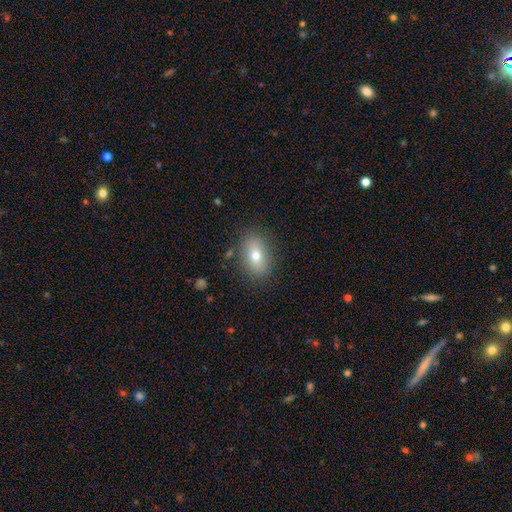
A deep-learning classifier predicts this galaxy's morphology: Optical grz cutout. It shows a smooth galaxy with no disk features (70%) that is in between round and cigar-shaped (80%). Merging: none (84%).